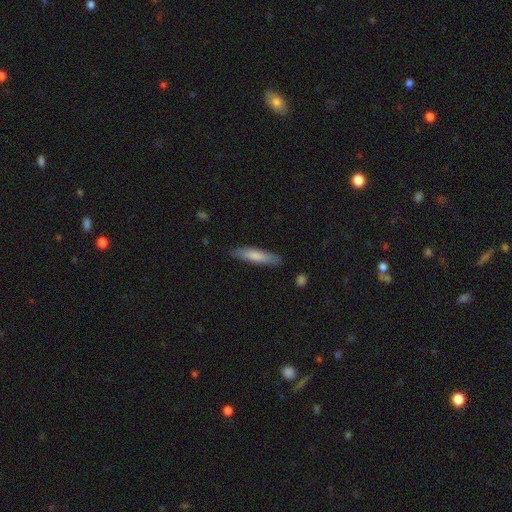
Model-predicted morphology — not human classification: A smooth galaxy with no disk features (76%) that is cigar-shaped (82%). Merging: none (86%).